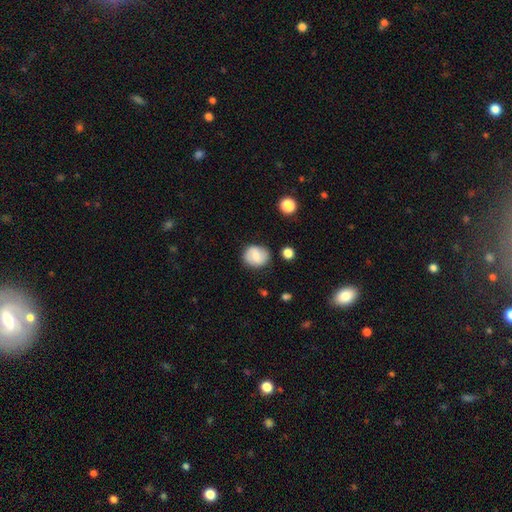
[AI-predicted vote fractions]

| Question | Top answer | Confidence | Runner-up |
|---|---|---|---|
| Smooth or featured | smooth | 59% | featured or disk (33%) |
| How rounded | round | 72% | in between (26%) |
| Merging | none | 80% | minor disturbance (14%) |